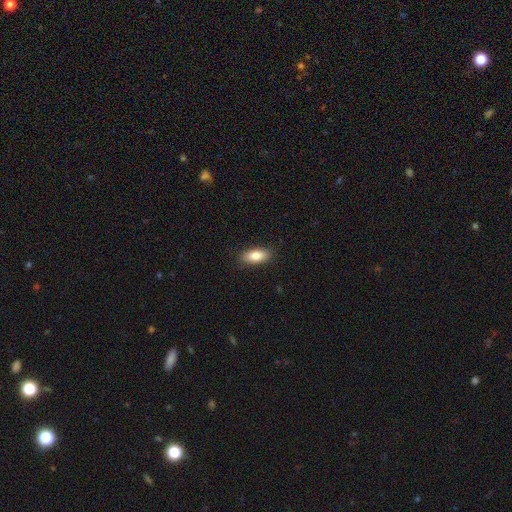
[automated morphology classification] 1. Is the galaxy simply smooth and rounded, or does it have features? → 83% smooth, 10% featured or disk, 7% star or artifact.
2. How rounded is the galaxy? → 86% in between, 10% cigar-shaped, 3% round.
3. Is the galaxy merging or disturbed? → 88% none, 9% minor disturbance, 2% major disturbance, 1% merger.